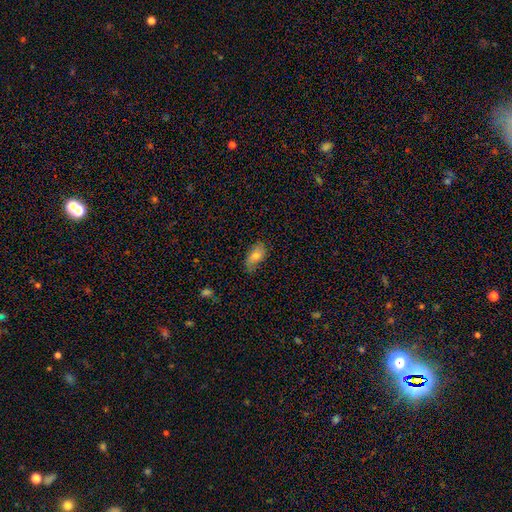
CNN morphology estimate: This is likely a smooth galaxy (74%). How rounded: clearly in between (89%). Merging: likely none (72%).